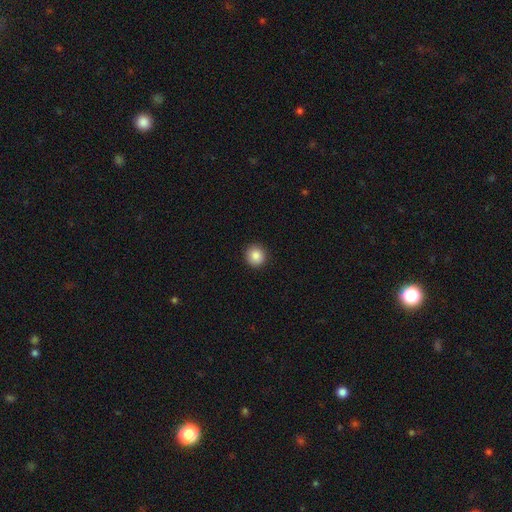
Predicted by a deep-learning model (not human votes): Morphology: type=smooth (86%); roundness=round (93%); merging=none (92%).